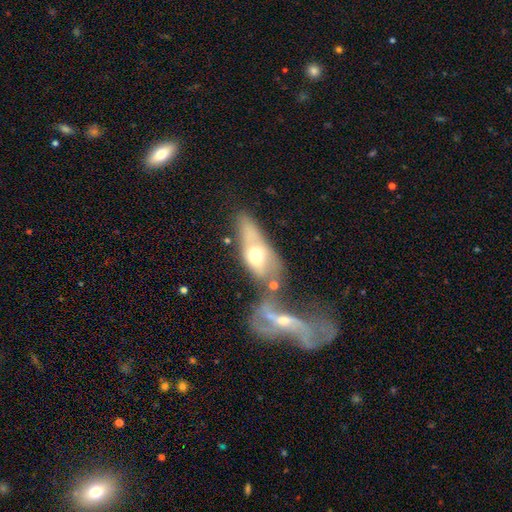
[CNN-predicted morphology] Smooth or featured? smooth (52%)
How rounded? in between (73%)
Merging? merger (46%)